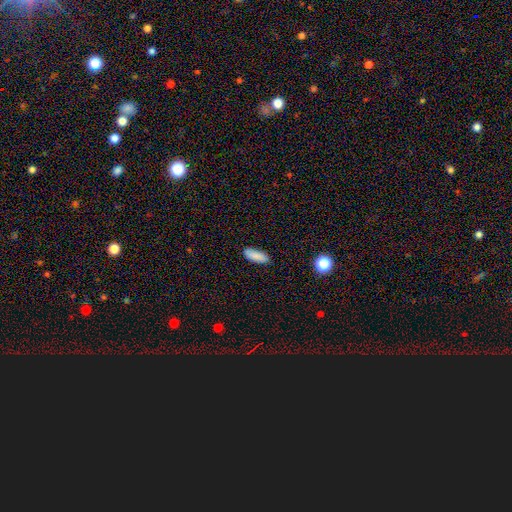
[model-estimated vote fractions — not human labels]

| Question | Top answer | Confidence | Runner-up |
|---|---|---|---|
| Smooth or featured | smooth | 88% | star or artifact (8%) |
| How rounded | in between | 63% | cigar-shaped (34%) |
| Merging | none | 88% | minor disturbance (9%) |